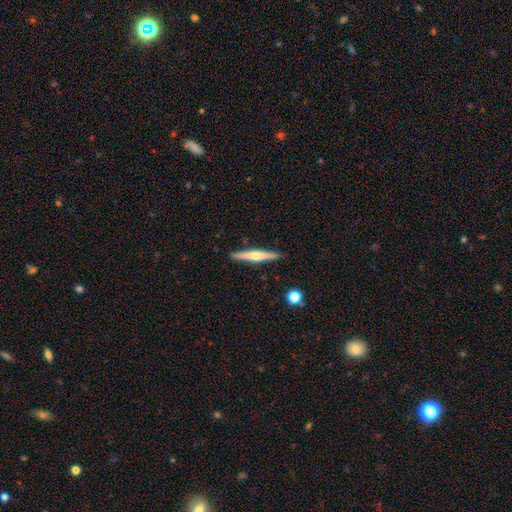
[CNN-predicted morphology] Smooth or featured? Predicted: featured or disk (p=0.56). Edge-on disk? Predicted: yes (p=0.97). Edge-on bulge? Predicted: rounded (p=0.70). Merging? Predicted: none (p=0.90).